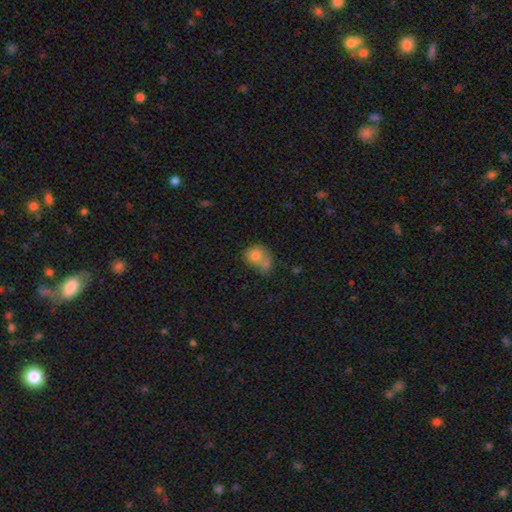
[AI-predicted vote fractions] Overall: smooth (74%). How rounded: round (64%; in between 35%). Merging: merger (50%; none 28%).